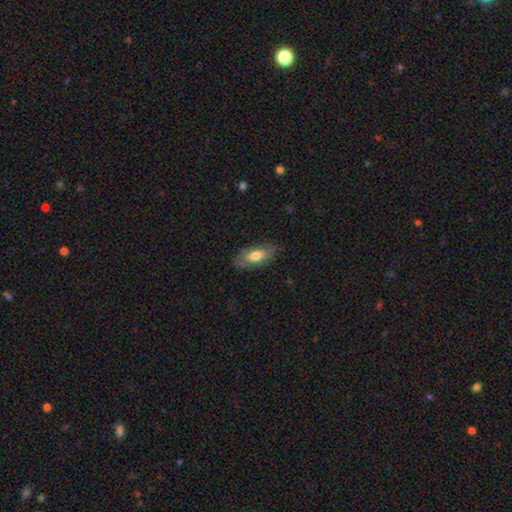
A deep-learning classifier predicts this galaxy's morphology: This is likely a smooth galaxy (61%). How rounded: clearly in between (85%). Merging: likely none (73%).